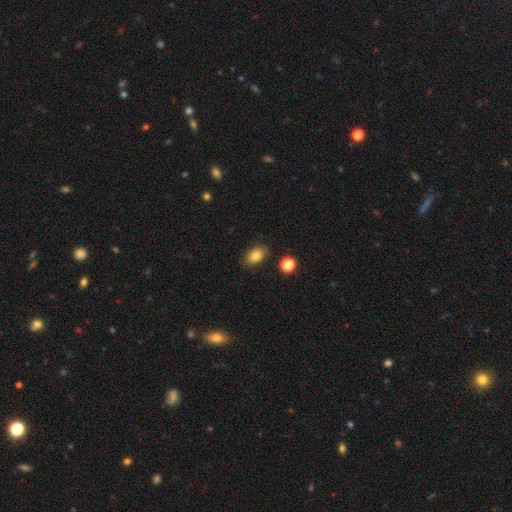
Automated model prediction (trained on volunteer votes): Morphology: type=smooth (82%); roundness=in between (83%); merging=none (83%).